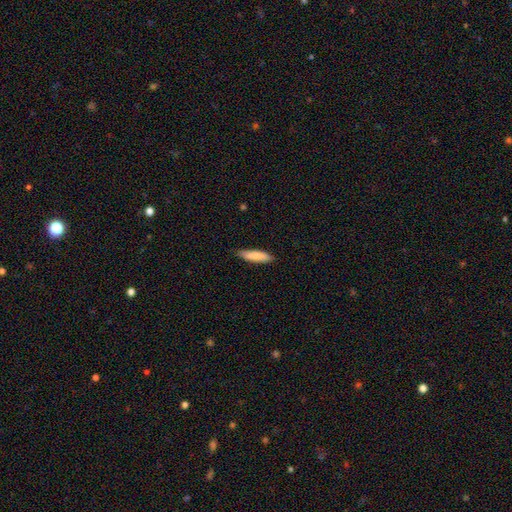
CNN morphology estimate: type=smooth (83%); roundness=cigar-shaped (75%); merging=none (85%).